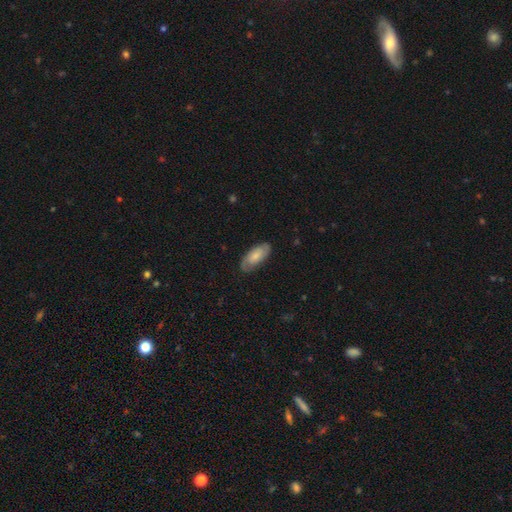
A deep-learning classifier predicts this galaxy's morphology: smooth_or_featured: smooth (p=0.52) [alt: featured or disk p=0.41]
how_rounded: in between (p=0.86) [alt: cigar-shaped p=0.11]
merging: none (p=0.81) [alt: minor disturbance p=0.14]